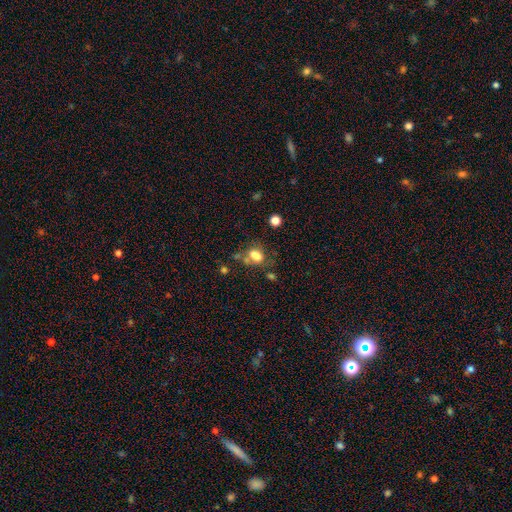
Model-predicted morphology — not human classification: smooth 74%, featured or disk 13%, star or artifact 13%. Down the decision tree: how rounded — in between (72%); merging — none (44%).